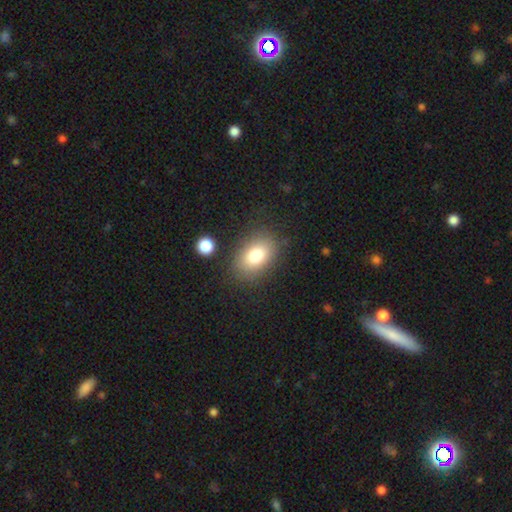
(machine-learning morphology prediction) A smooth galaxy with no disk features (77%) that is in between round and cigar-shaped (80%). Merging: none (81%).